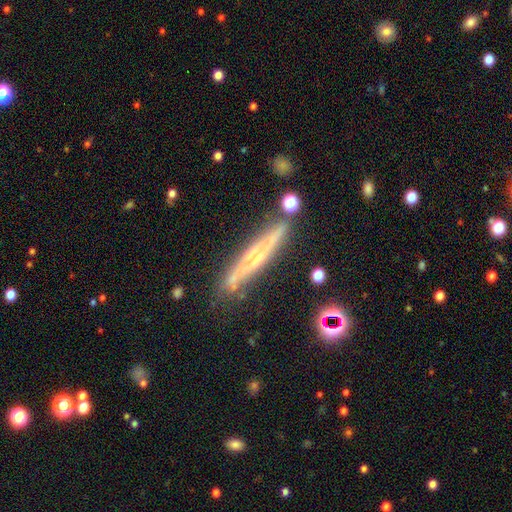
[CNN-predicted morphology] The model was most divided on "edge-on bulge": none: 48%, rounded: 44%, boxy: 8%. More confident: edge-on disk — yes (86%); merging — none (75%); smooth or featured — featured or disk (64%).